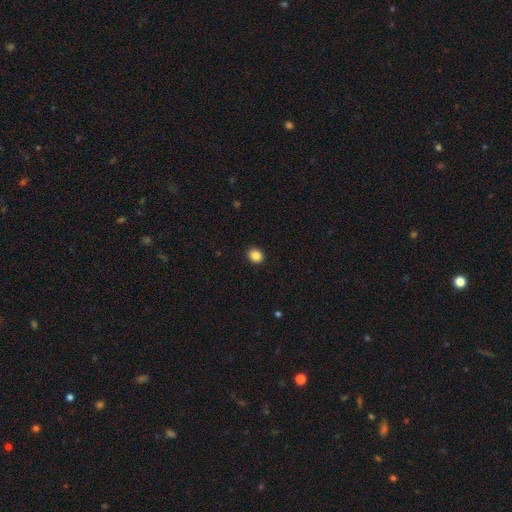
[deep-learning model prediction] The model was most divided on "how rounded": round: 71%, in between: 28%, cigar-shaped: 1%. More confident: merging — none (92%); smooth or featured — smooth (86%).